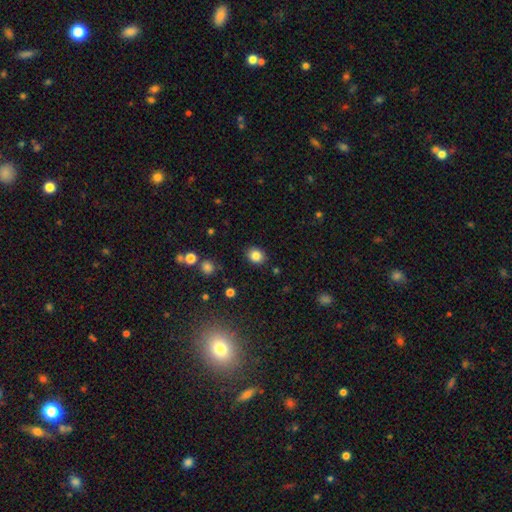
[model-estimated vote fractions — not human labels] Q: Smooth or featured?
A: smooth (84%); runner-up: star or artifact (11%)
Q: How rounded?
A: round (58%); runner-up: in between (41%)
Q: Merging?
A: none (88%); runner-up: minor disturbance (8%)